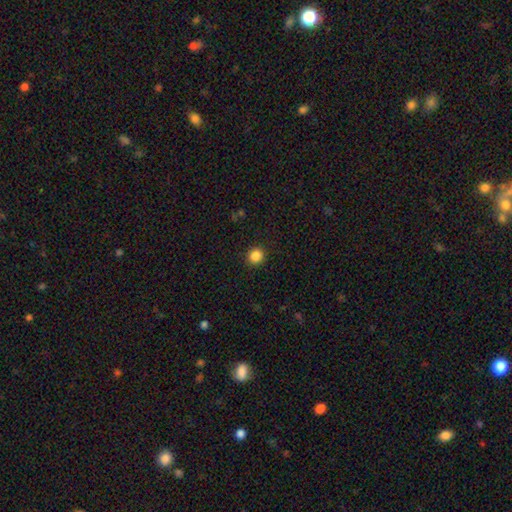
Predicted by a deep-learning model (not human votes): A smooth galaxy with no disk features (86%) that is round (88%).

Vote fractions:
- Smooth or featured? smooth: 86% / star or artifact: 11% / featured or disk: 3%
- How rounded? round: 88% / in between: 11% / cigar-shaped: 1%
- Merging? none: 92% / minor disturbance: 5% / major disturbance: 2% / merger: 1%